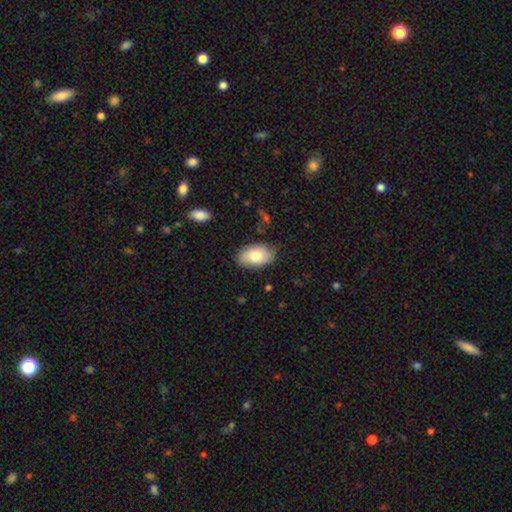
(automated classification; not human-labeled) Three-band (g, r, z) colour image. It shows a smooth galaxy with no disk features (80%) that is in between round and cigar-shaped (94%). Merging: none (80%).